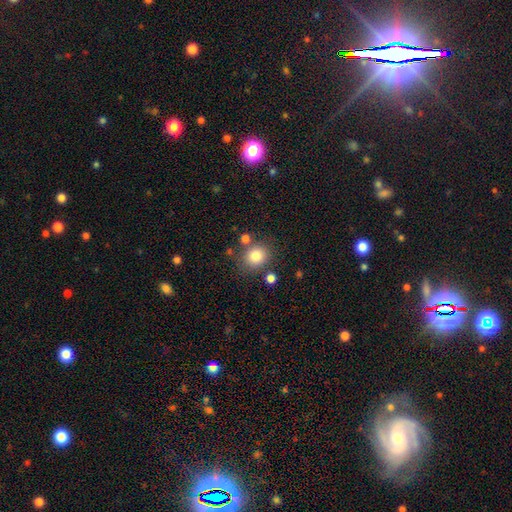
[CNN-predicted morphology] Smooth or featured? Predicted: smooth (p=0.81). How rounded? Predicted: round (p=0.78). Merging? Predicted: none (p=0.77).